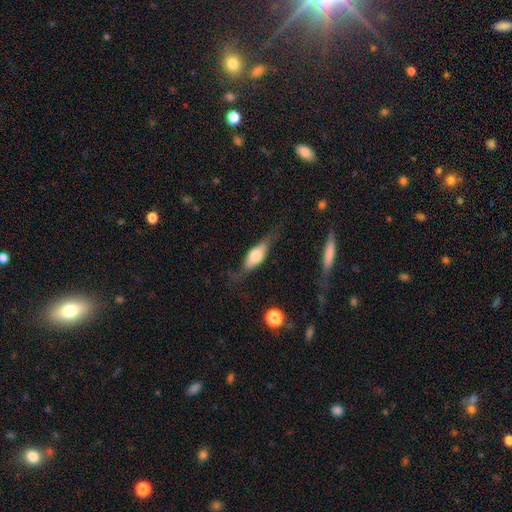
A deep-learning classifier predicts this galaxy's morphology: smooth_or_featured: smooth (p=0.48) [alt: featured or disk p=0.46]
merging: none (p=0.62) [alt: minor disturbance p=0.24]